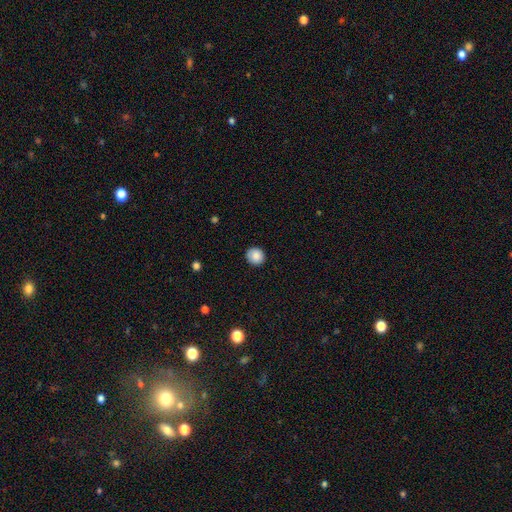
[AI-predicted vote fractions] This appears to be a smooth galaxy with no disk features (86%) that is round (89%). Merging: none (89%).